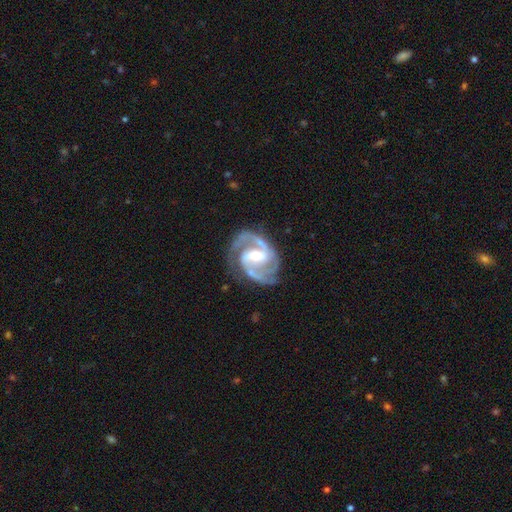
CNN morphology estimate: Smooth or featured? featured or disk (93%)
Edge-on disk? no (98%)
Bar? weak (43%)
Spiral arms? yes (98%)
Spiral winding? medium (56%)
Spiral arm count? 2 (79%)
Bulge size? moderate (53%)
Merging? none (76%)